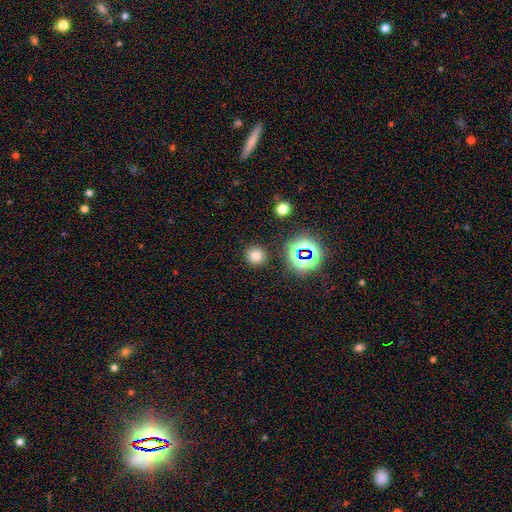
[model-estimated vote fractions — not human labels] Smooth or featured? smooth (73%)
How rounded? round (90%)
Merging? none (89%)